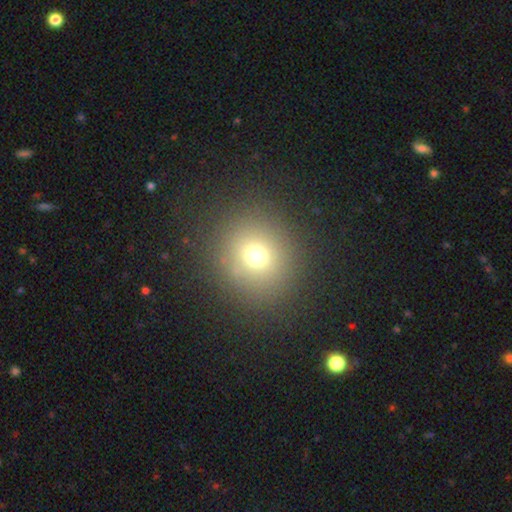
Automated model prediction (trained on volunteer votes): This appears to be a smooth galaxy with no disk features (71%) that is round (88%). Merging: none (87%).